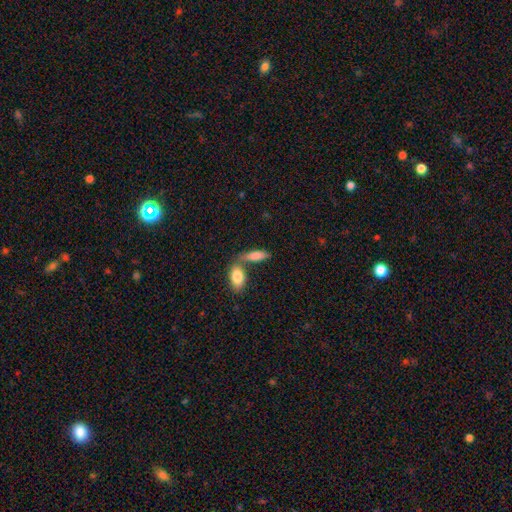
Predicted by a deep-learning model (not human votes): This is likely a smooth galaxy (80%). How rounded: likely in between (64%). Merging: marginally merger (43%).